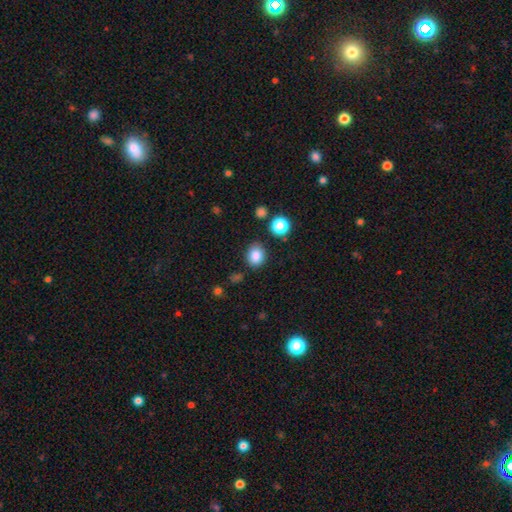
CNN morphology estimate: A smooth galaxy with no disk features (85%) that is round (64%).

Vote fractions:
- Smooth or featured? smooth: 85% / star or artifact: 11% / featured or disk: 5%
- How rounded? round: 64% / in between: 35% / cigar-shaped: 1%
- Merging? none: 83% / minor disturbance: 11% / major disturbance: 3% / merger: 3%